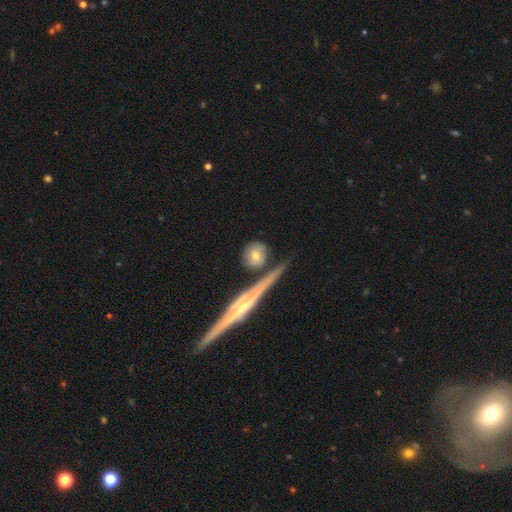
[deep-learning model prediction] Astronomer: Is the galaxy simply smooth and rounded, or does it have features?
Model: smooth — 66%.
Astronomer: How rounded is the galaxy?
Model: round — 82%.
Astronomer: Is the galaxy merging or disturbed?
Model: none — 72%.